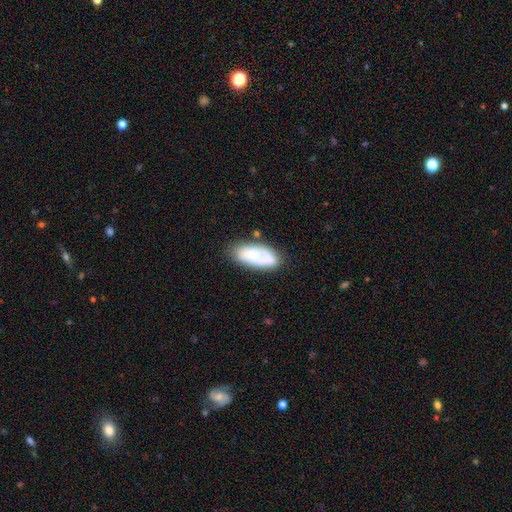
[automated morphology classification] A smooth galaxy with no disk features (54%) that is in between round and cigar-shaped (91%).

Vote fractions:
- Smooth or featured? smooth: 54% / featured or disk: 39% / star or artifact: 7%
- How rounded? in between: 91% / cigar-shaped: 6% / round: 3%
- Merging? none: 61% / minor disturbance: 23% / major disturbance: 8% / merger: 8%